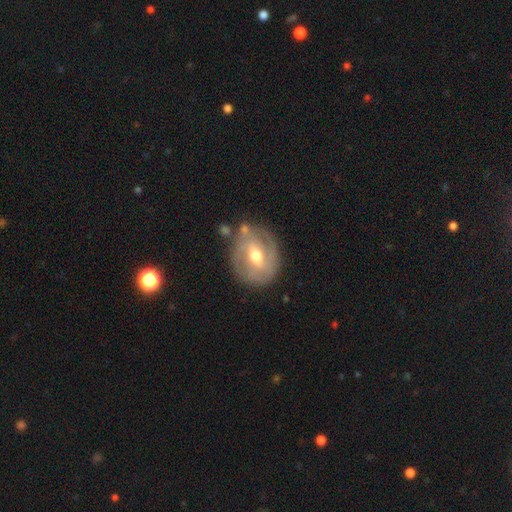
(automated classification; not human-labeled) featured or disk 74%, smooth 19%, star or artifact 7%. Down the decision tree: edge-on disk — no (96%); bar — weak (50%); spiral arms — yes (77%); spiral arm count — 2 (57%); spiral winding — tight (52%); bulge size — moderate (76%); merging — none (71%).